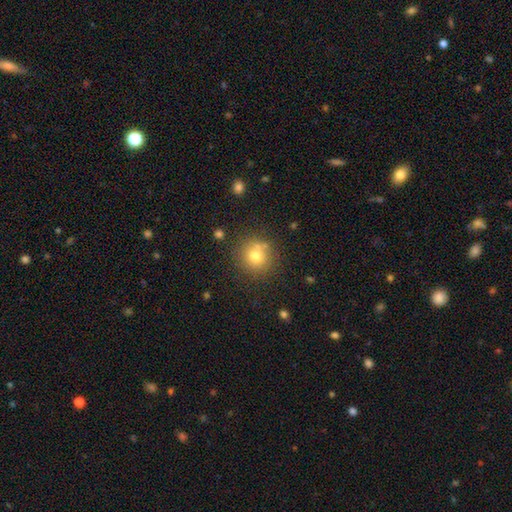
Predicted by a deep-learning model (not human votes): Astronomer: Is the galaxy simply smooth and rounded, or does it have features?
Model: smooth — 74%.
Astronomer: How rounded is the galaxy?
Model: round — 91%.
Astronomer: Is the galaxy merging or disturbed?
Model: none — 76%.